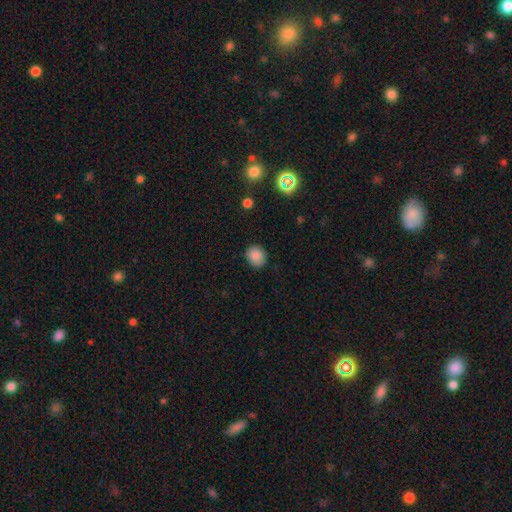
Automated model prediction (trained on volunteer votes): Smooth or featured? Predicted: smooth (p=0.85). How rounded? Predicted: round (p=0.66). Merging? Predicted: none (p=0.85).